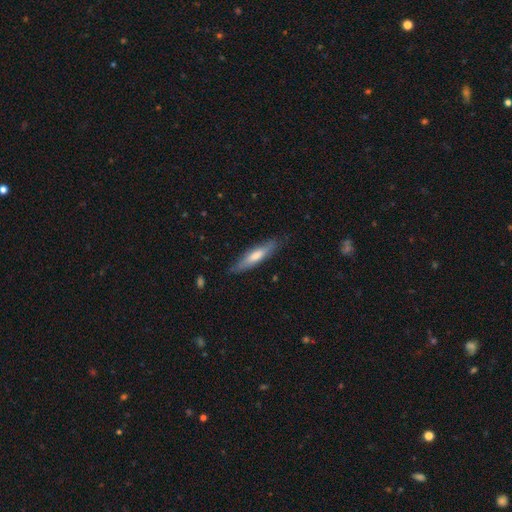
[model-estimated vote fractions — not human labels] This appears to be a smooth galaxy with no disk features (57%) that is cigar-shaped (80%). Merging: none (82%).